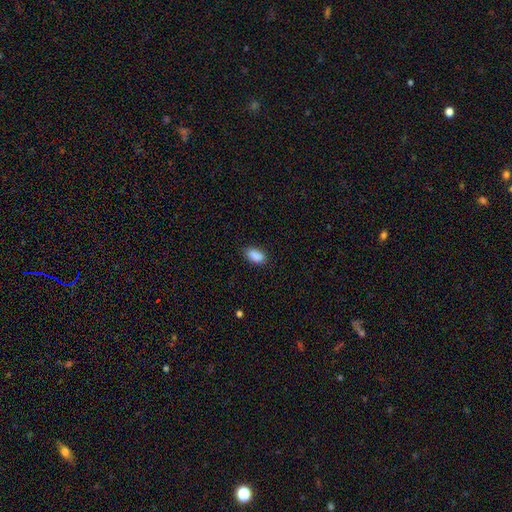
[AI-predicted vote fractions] smooth 89%, star or artifact 8%, featured or disk 3%. Down the decision tree: how rounded — in between (92%); merging — none (81%).